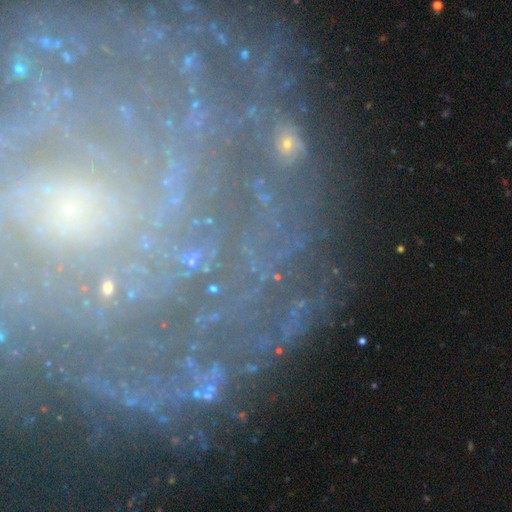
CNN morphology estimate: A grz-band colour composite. It shows a featured or disk galaxy (47%). Merging: none (65%).